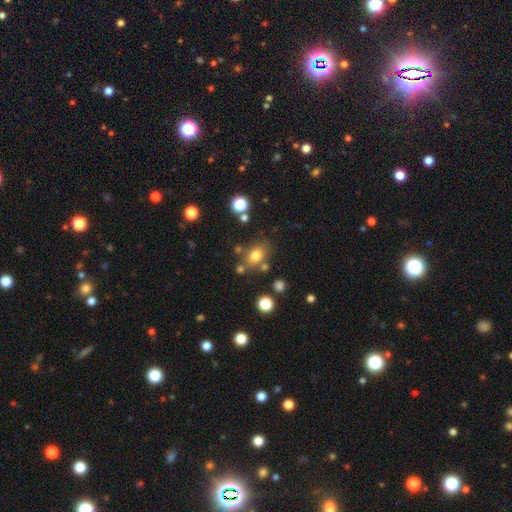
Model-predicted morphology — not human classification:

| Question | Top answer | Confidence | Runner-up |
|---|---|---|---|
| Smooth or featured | smooth | 76% | star or artifact (13%) |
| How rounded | in between | 69% | round (29%) |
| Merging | none | 69% | minor disturbance (14%) |